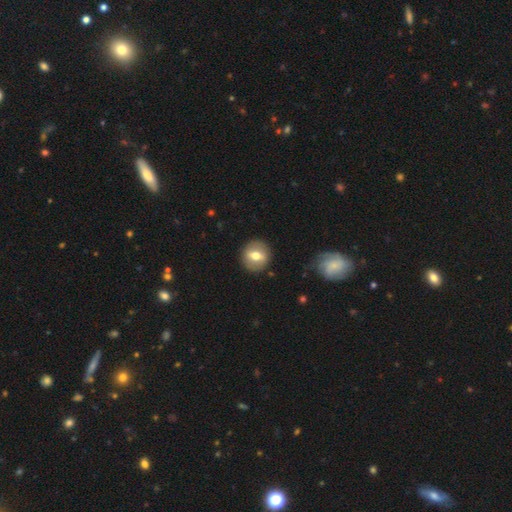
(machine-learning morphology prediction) Overall: smooth (57%; featured or disk 35%). How rounded: round (83%). Merging: none (88%).